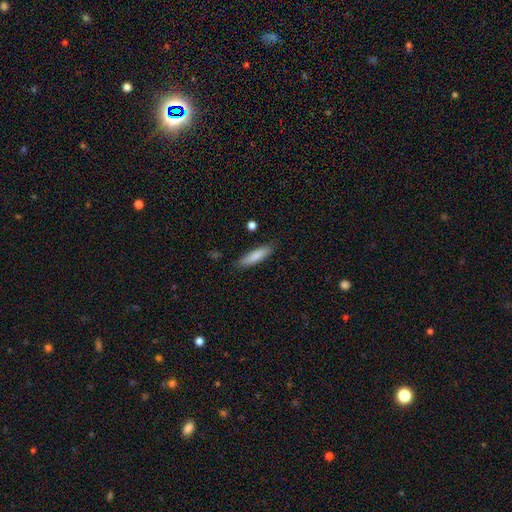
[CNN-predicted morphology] This appears to be a smooth galaxy with no disk features (82%) that is cigar-shaped (71%). Merging: none (84%).